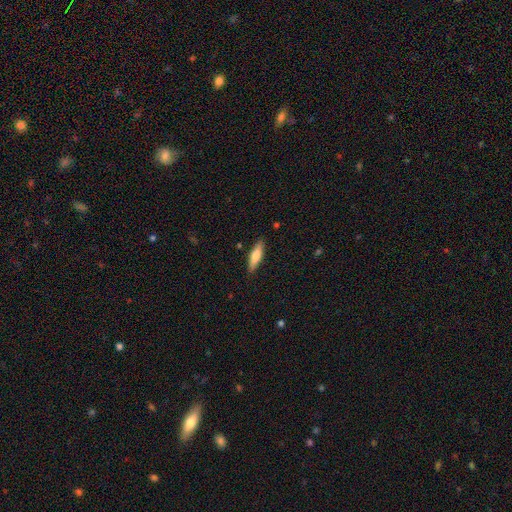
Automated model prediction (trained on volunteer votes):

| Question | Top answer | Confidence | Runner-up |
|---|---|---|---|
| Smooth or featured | smooth | 69% | featured or disk (25%) |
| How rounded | cigar-shaped | 65% | in between (33%) |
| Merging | none | 87% | minor disturbance (10%) |